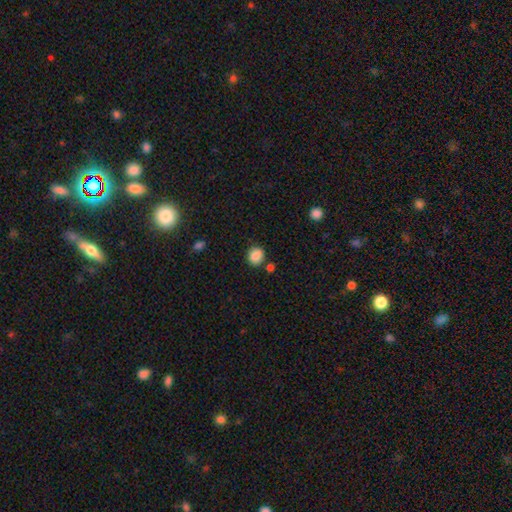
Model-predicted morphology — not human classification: Smooth or featured? smooth (87%)
How rounded? round (82%)
Merging? none (82%)